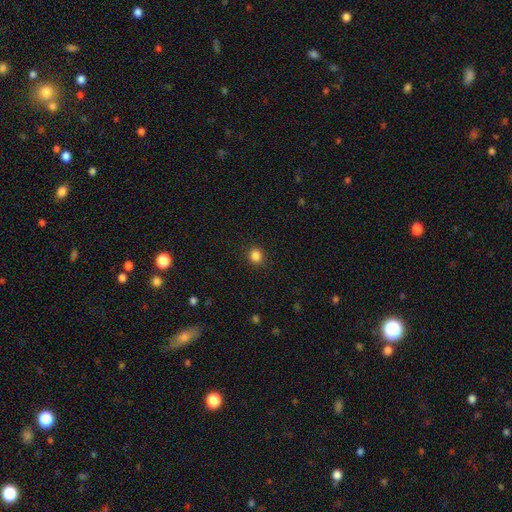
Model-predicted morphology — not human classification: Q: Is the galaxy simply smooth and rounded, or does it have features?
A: smooth — 85%.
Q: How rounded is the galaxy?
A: round — 86%.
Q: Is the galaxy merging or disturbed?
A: none — 91%.